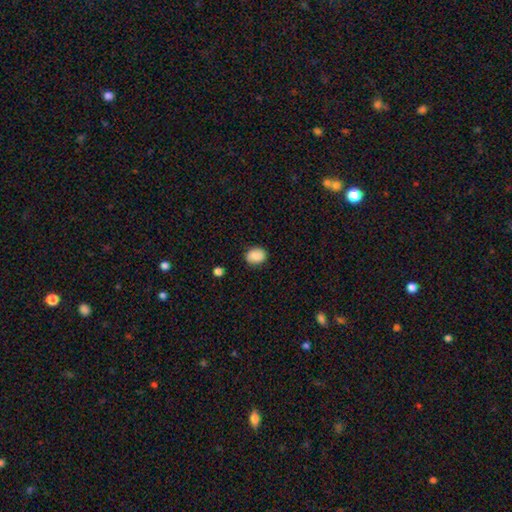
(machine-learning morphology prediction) A smooth galaxy with no disk features (82%) that is round (55%).

Vote fractions:
- Smooth or featured? smooth: 82% / featured or disk: 9% / star or artifact: 9%
- How rounded? round: 55% / in between: 44% / cigar-shaped: 1%
- Merging? none: 84% / minor disturbance: 12% / major disturbance: 3% / merger: 1%